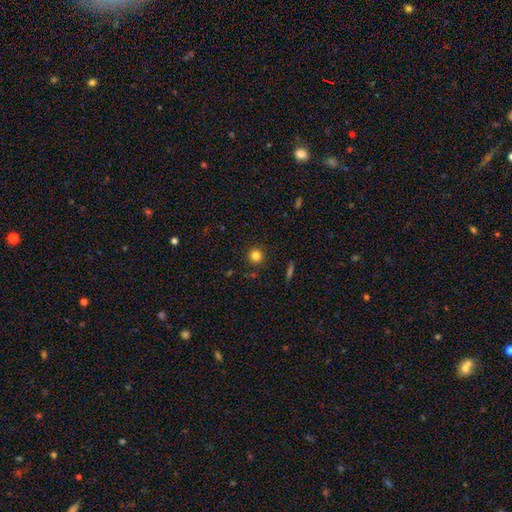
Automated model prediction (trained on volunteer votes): Overall: smooth (81%). How rounded: round (94%). Merging: none (90%).